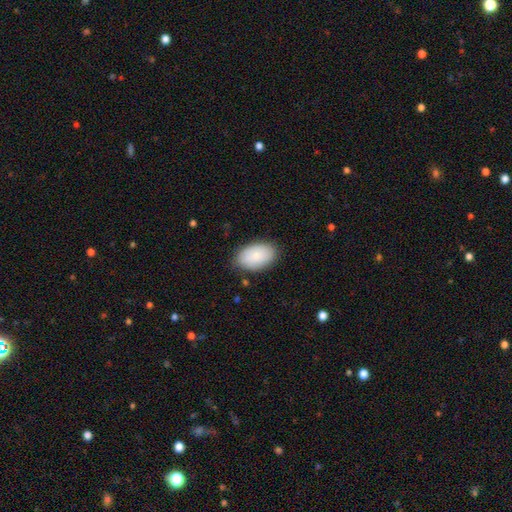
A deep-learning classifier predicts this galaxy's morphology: Q: Smooth or featured?
A: smooth (86%); runner-up: featured or disk (9%)
Q: How rounded?
A: in between (93%); runner-up: round (6%)
Q: Merging?
A: none (82%); runner-up: minor disturbance (14%)